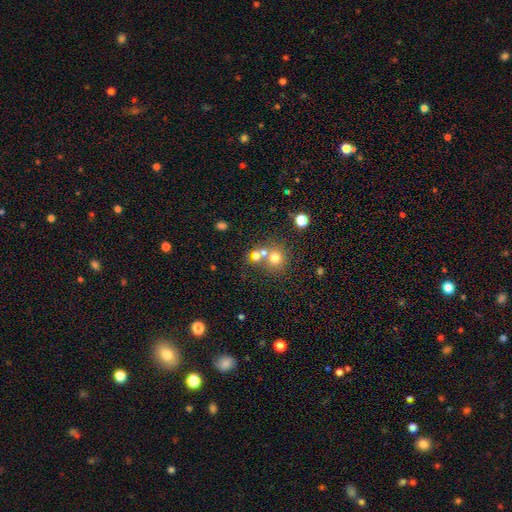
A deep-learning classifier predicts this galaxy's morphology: type=smooth (66%); roundness=round (80%); merging=none (48%).